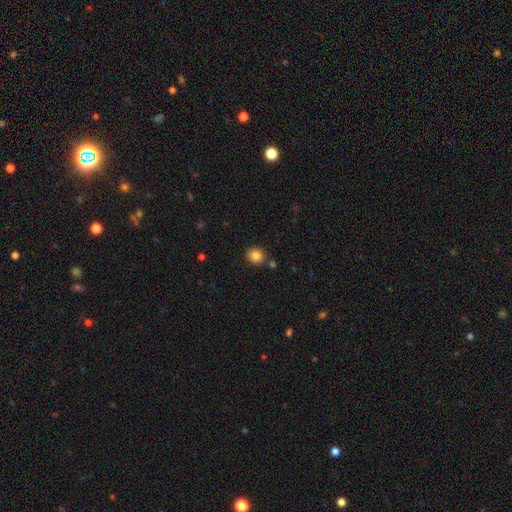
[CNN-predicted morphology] Smooth or featured: smooth — 86% (star or artifact — 10%)
How rounded: round — 71% (in between — 28%)
Merging: none — 83% (minor disturbance — 9%)